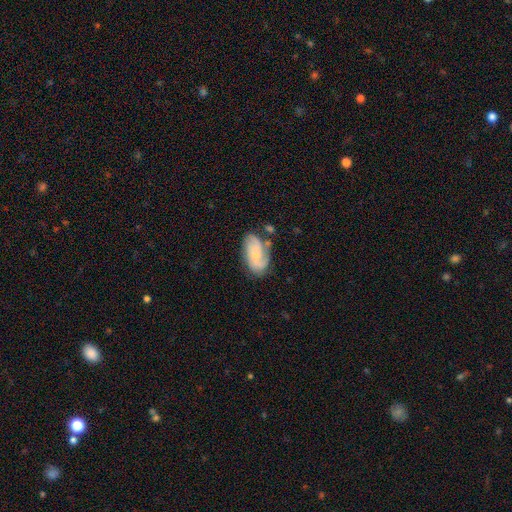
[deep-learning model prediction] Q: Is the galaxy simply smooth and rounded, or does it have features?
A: featured or disk — 61%.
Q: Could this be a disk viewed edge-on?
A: no — 96%.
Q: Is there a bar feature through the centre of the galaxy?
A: no — 67%.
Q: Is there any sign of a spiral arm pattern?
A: yes — 90%.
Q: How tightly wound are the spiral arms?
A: medium — 43%.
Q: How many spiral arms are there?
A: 2 — 62%.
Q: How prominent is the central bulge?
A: small — 57%.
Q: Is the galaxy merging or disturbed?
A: none — 58%.